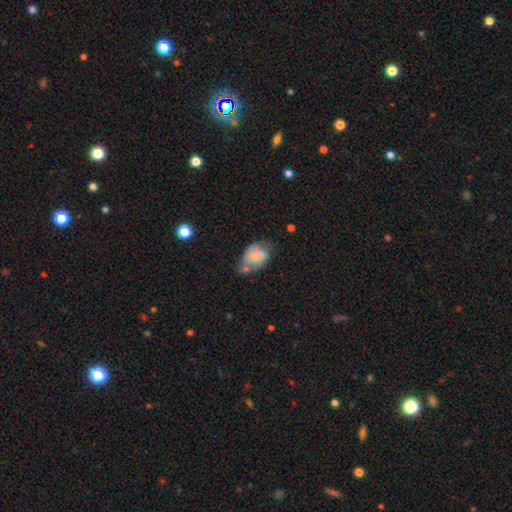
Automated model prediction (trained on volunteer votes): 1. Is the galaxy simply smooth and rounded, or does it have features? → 51% featured or disk, 41% smooth, 8% star or artifact.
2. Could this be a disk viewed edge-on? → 97% no, 3% yes.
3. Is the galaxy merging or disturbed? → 38% none, 32% minor disturbance, 19% major disturbance, 12% merger.